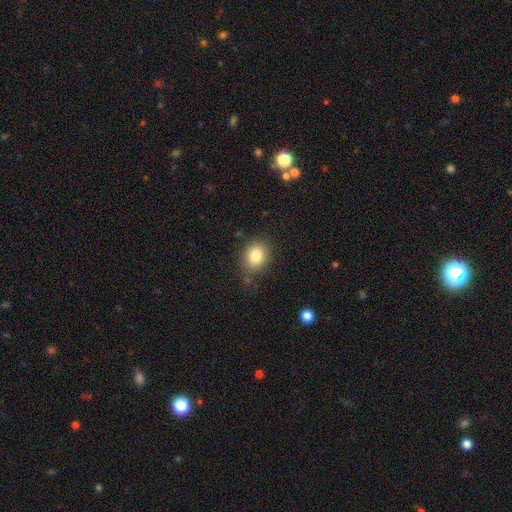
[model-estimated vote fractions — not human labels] This appears to be a smooth galaxy with no disk features (83%) that is round (61%). Merging: none (81%).